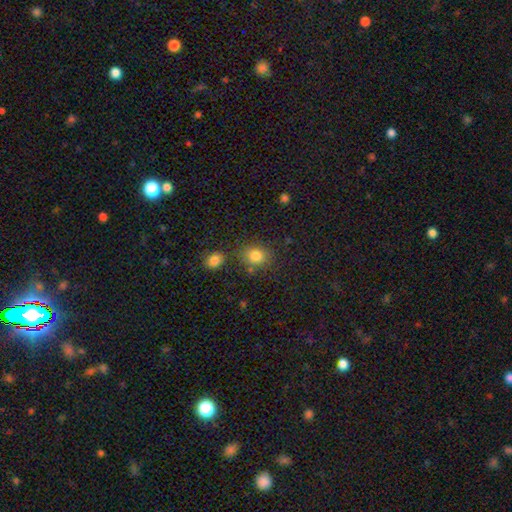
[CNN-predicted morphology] smooth-or-featured: smooth: 82% | star or artifact: 11% | featured or disk: 6%
  how-rounded: round: 55% | in between: 44% | cigar-shaped: 1%
  merging: none: 74% | minor disturbance: 13% | merger: 8% | major disturbance: 4%